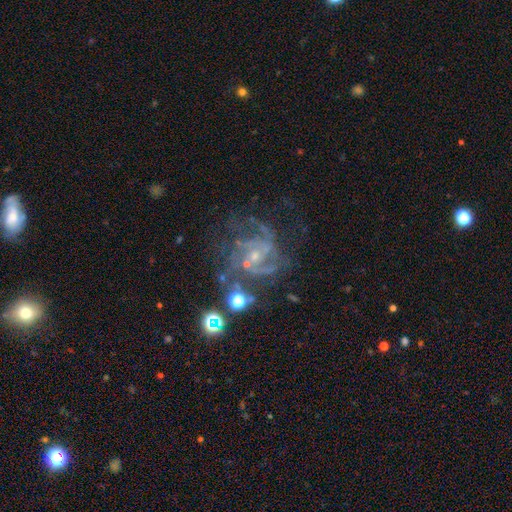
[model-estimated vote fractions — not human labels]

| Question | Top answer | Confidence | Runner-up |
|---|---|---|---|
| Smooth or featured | featured or disk | 82% | star or artifact (13%) |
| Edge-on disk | no | 98% | yes (2%) |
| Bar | no | 58% | weak (33%) |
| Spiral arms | yes | 95% | no (5%) |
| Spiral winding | medium | 47% | tight (40%) |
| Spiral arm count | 3 | 30% | can't tell (22%) |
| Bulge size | small | 72% | moderate (18%) |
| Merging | none | 58% | major disturbance (19%) |